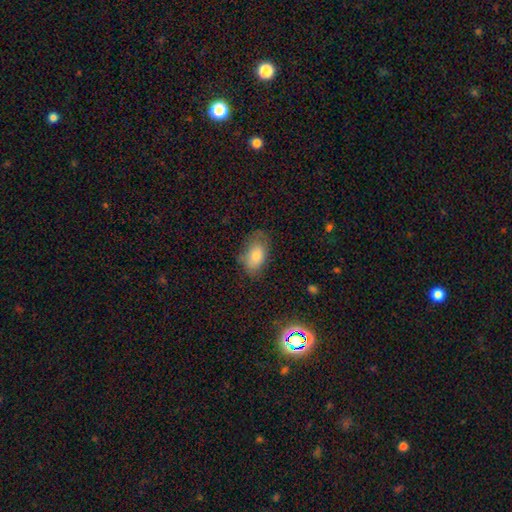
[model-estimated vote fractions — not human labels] This appears to be a smooth galaxy with no disk features (77%) that is in between round and cigar-shaped (89%). Merging: none (62%).